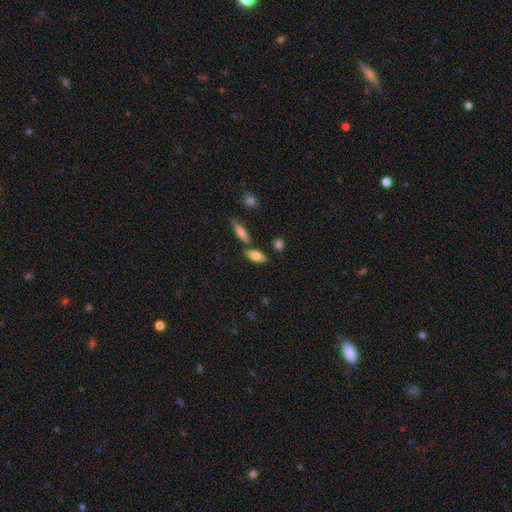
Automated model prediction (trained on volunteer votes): Overall: smooth (73%). How rounded: in between (76%). Merging: none (71%).